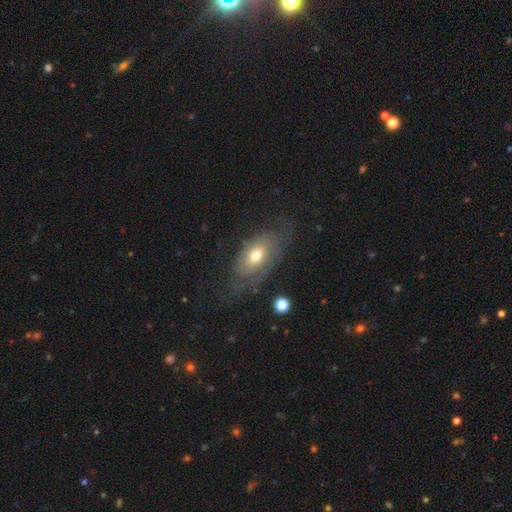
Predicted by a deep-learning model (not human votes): Overall: featured or disk (62%; smooth 30%). Edge-on disk: no (89%). Bar: no (75%). Spiral arms: yes (77%). Bulge size: moderate (69%). Merging: none (59%; minor disturbance 22%).